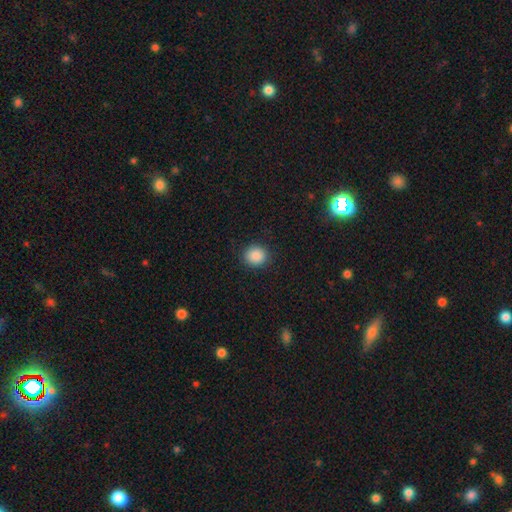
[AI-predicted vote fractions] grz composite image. It shows a smooth galaxy with no disk features (88%) that is round (85%). Merging: none (90%).